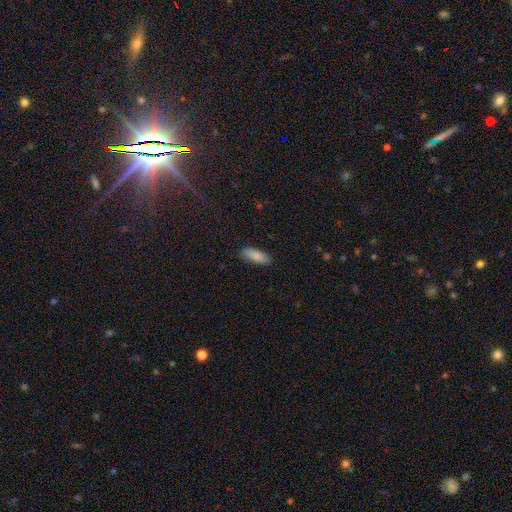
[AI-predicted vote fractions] smooth 87%, featured or disk 7%, star or artifact 6%. Down the decision tree: how rounded — in between (69%); merging — none (85%).